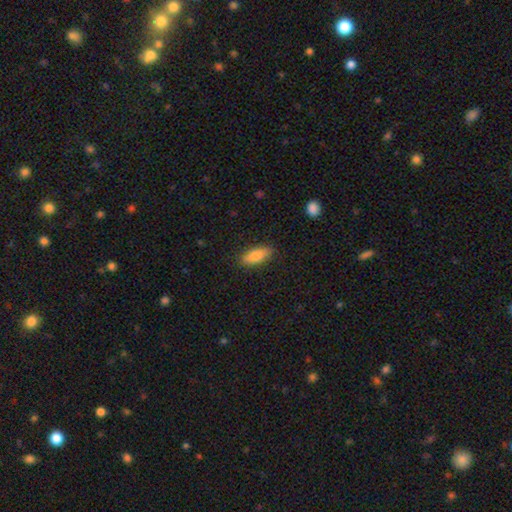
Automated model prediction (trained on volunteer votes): A smooth galaxy with no disk features (81%) that is in between round and cigar-shaped (74%). Merging: none (84%).